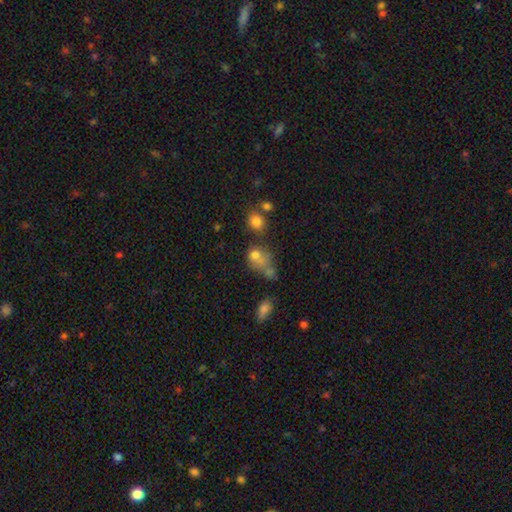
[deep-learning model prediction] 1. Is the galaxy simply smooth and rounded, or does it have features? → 70% smooth, 15% star or artifact, 15% featured or disk.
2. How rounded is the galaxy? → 55% round, 44% in between, 2% cigar-shaped.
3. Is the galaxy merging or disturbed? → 38% merger, 34% none, 15% minor disturbance, 13% major disturbance.